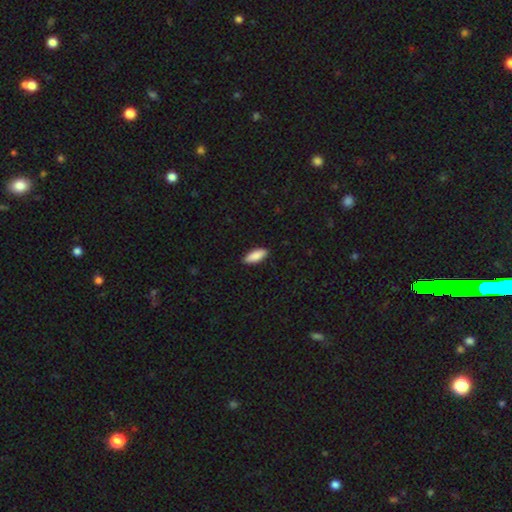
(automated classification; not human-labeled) smooth 88%, featured or disk 6%, star or artifact 6%. Down the decision tree: how rounded — in between (76%); merging — none (90%).